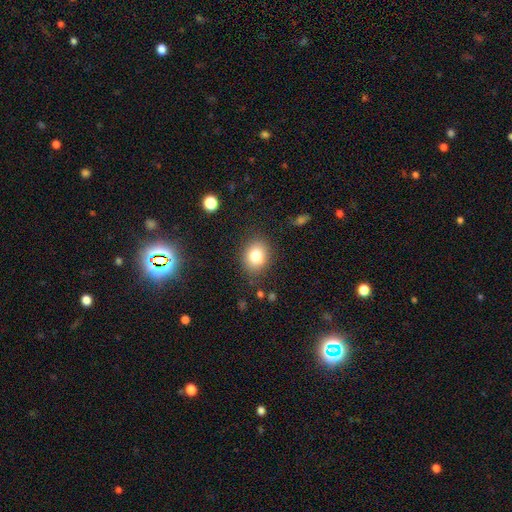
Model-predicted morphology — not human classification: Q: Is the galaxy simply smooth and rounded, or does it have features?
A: smooth — 80%.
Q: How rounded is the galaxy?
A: round — 56%.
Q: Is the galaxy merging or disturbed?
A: none — 84%.